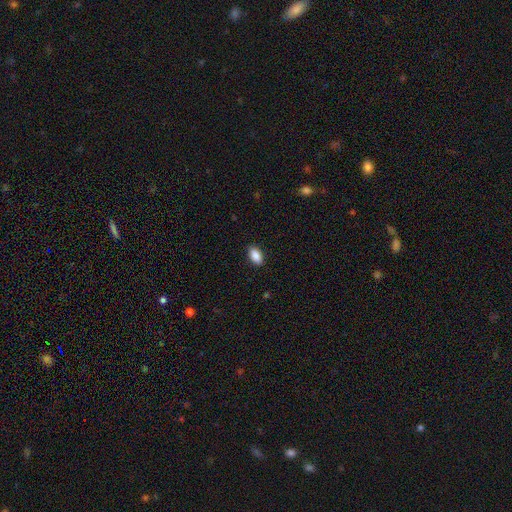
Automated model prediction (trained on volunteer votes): This appears to be a smooth galaxy with no disk features (88%) that is in between round and cigar-shaped (92%). Merging: none (89%).